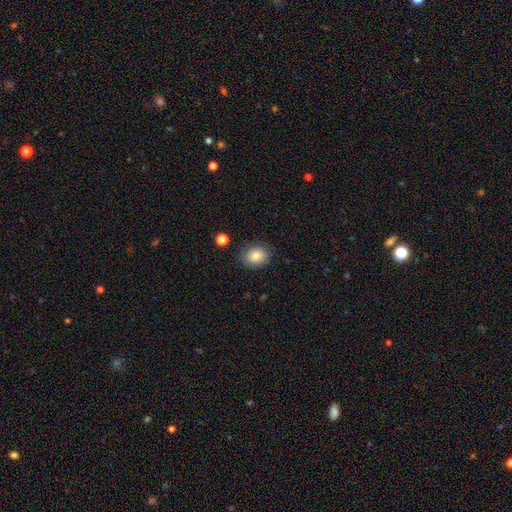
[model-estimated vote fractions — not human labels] The model was most divided on "how rounded" (2-way tie): round: 50%, in between: 50%, cigar-shaped: 1%. More confident: merging — none (84%); smooth or featured — smooth (83%).